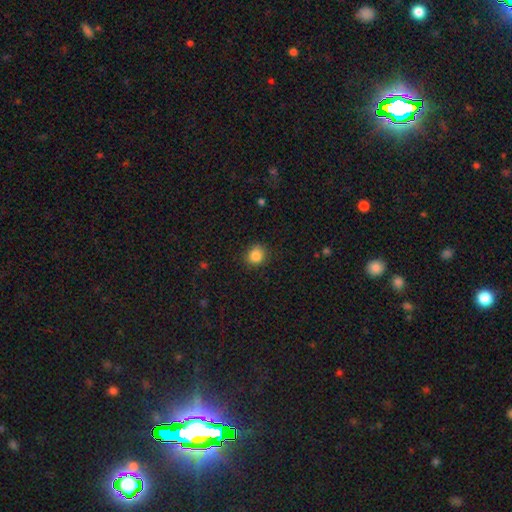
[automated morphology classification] This appears to be a smooth galaxy with no disk features (85%) that is round (82%). Merging: none (85%).